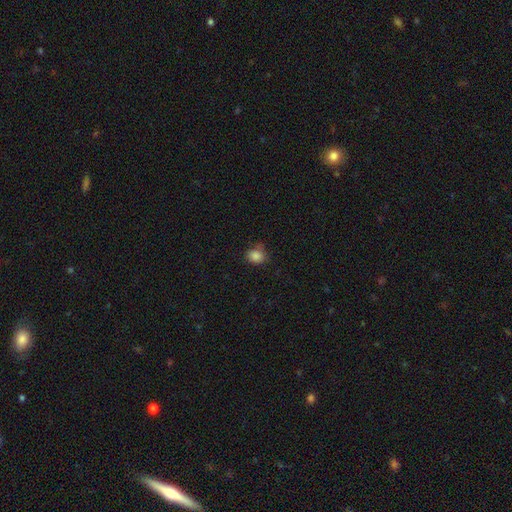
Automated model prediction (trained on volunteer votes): smooth_or_featured: smooth (p=0.84) [alt: star or artifact p=0.11]
how_rounded: round (p=0.58) [alt: in between p=0.41]
merging: none (p=0.64) [alt: minor disturbance p=0.26]